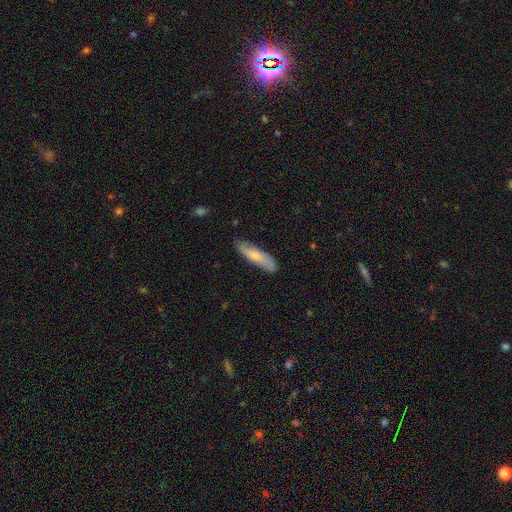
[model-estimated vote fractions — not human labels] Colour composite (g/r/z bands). It shows a smooth galaxy with no disk features (62%) that is cigar-shaped (63%). Merging: none (79%).